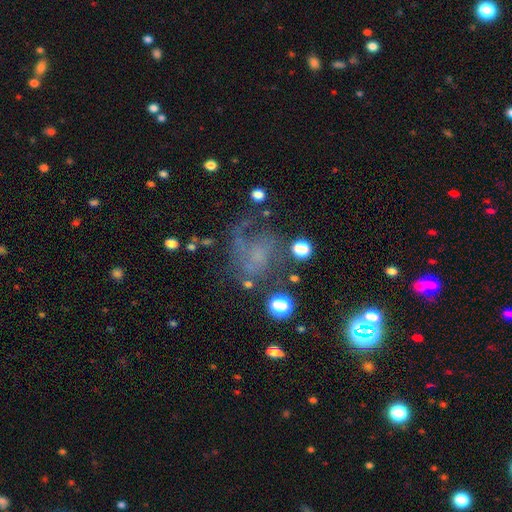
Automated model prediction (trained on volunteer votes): Smooth or featured? Predicted: featured or disk (p=0.55). Edge-on disk? Predicted: no (p=0.97). Bar? Predicted: no (p=0.73). Spiral arms? Predicted: yes (p=0.74). Bulge size? Predicted: none (p=0.54). Merging? Predicted: none (p=0.45).